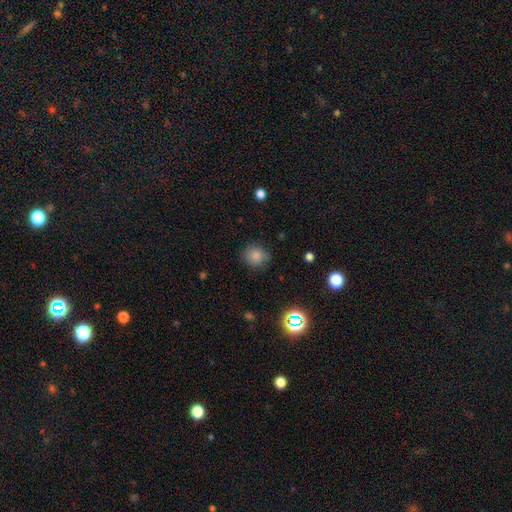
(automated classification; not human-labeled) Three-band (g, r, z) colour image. It shows a smooth galaxy with no disk features (83%) that is round (80%). Merging: none (81%).